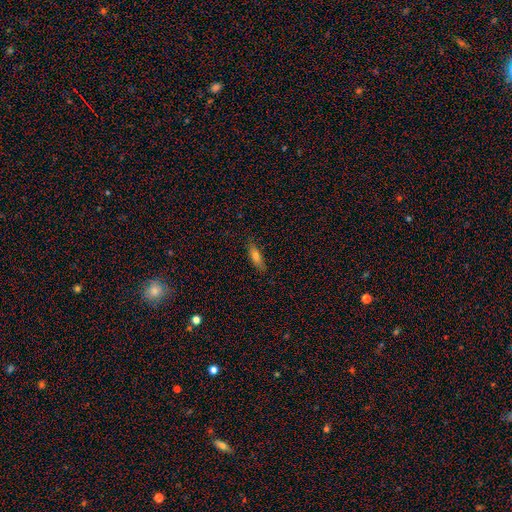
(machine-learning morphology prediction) Smooth or featured?
  - smooth: 71% *
  - featured or disk: 21%
  - star or artifact: 8%
How rounded?
  - in between: 50% *
  - cigar-shaped: 47%
  - round: 2%
Merging?
  - none: 83% *
  - minor disturbance: 13%
  - major disturbance: 2%
  - merger: 1%